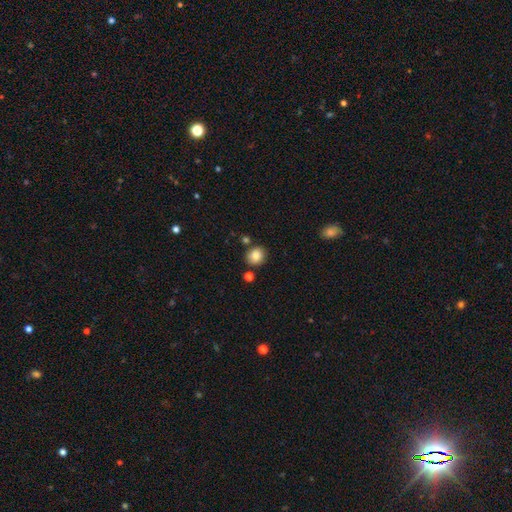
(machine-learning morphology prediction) Q: Smooth or featured?
A: smooth (85%); runner-up: star or artifact (10%)
Q: How rounded?
A: round (79%); runner-up: in between (20%)
Q: Merging?
A: none (80%); runner-up: minor disturbance (11%)